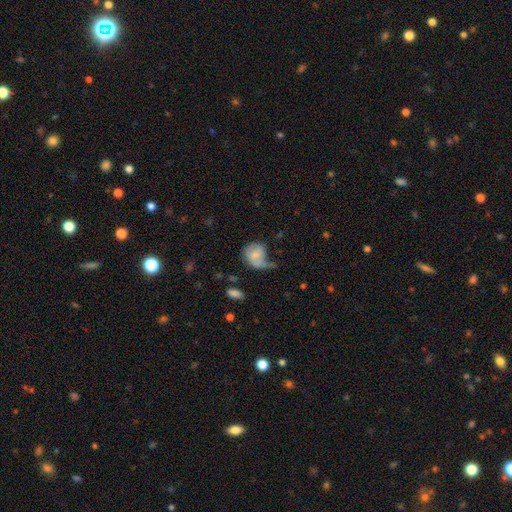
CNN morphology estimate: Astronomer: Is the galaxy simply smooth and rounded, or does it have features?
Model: smooth — 61%.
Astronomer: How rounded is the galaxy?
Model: round — 61% (runner-up: in between, 38%).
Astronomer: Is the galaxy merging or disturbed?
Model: major disturbance — 35% (runner-up: none, 28%).